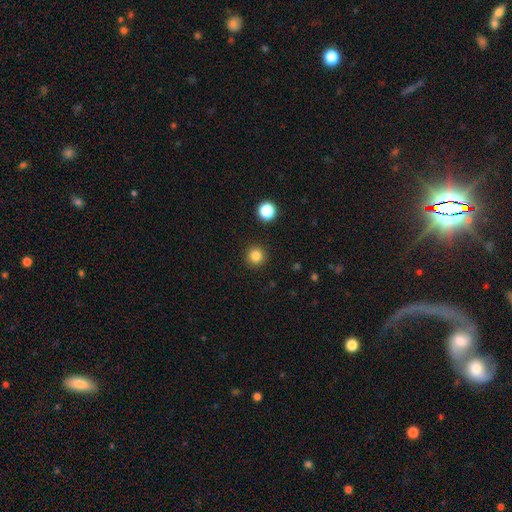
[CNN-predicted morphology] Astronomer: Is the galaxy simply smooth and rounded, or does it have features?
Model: smooth — 83%.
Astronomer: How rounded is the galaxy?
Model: round — 95%.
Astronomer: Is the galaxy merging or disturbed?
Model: none — 91%.